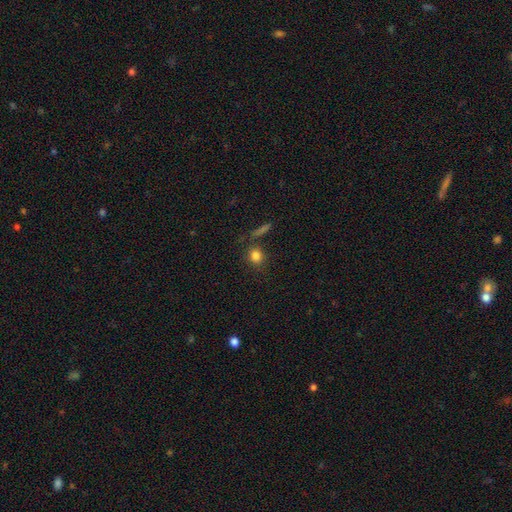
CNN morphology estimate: This is clearly a smooth galaxy (82%). How rounded: likely round (79%). Merging: likely none (79%).